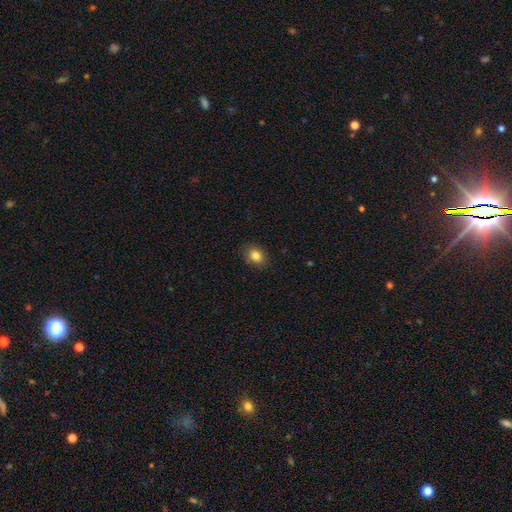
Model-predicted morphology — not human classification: smooth_or_featured: smooth (p=0.83) [alt: star or artifact p=0.10]
how_rounded: in between (p=0.57) [alt: round p=0.42]
merging: none (p=0.87) [alt: minor disturbance p=0.10]